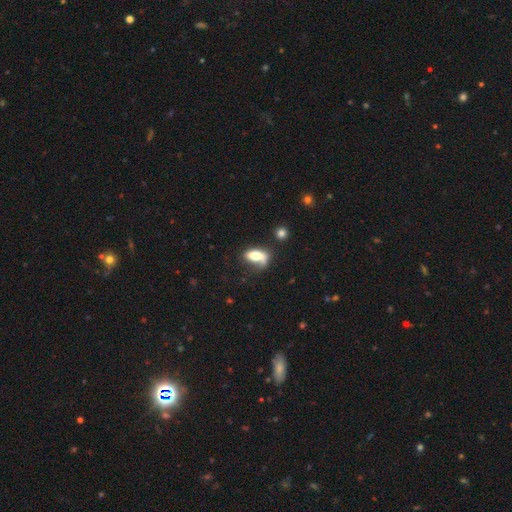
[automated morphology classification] Overall: smooth (61%; featured or disk 31%). How rounded: in between (82%). Merging: none (37%; minor disturbance 28%).